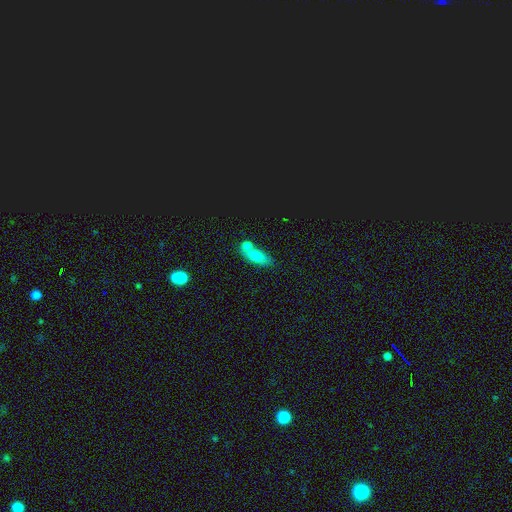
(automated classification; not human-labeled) A smooth galaxy with no disk features (74%) that is in between round and cigar-shaped (72%).

Vote fractions:
- Smooth or featured? smooth: 74% / featured or disk: 15% / star or artifact: 11%
- How rounded? in between: 72% / cigar-shaped: 18% / round: 10%
- Merging? none: 45% / merger: 37% / minor disturbance: 13% / major disturbance: 5%